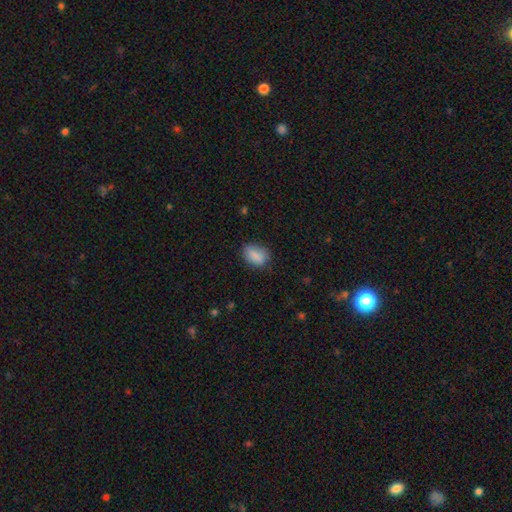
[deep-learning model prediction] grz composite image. It shows a smooth galaxy with no disk features (86%) that is in between round and cigar-shaped (82%). Merging: none (71%).